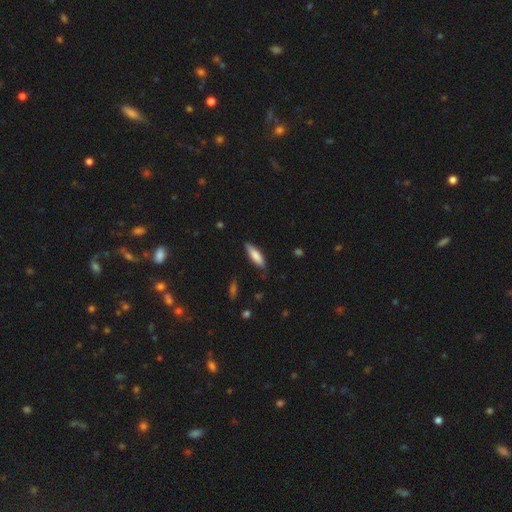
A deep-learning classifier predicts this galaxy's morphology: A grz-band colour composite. It shows a smooth galaxy with no disk features (80%) that is cigar-shaped (55%). Merging: none (82%).